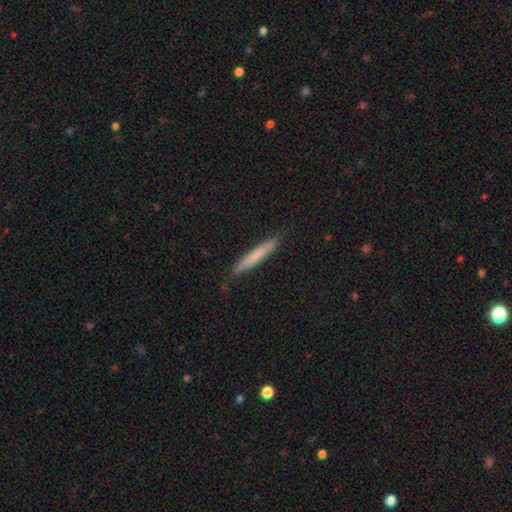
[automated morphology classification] This is likely a smooth galaxy (71%). How rounded: clearly cigar-shaped (95%). Merging: clearly none (81%).